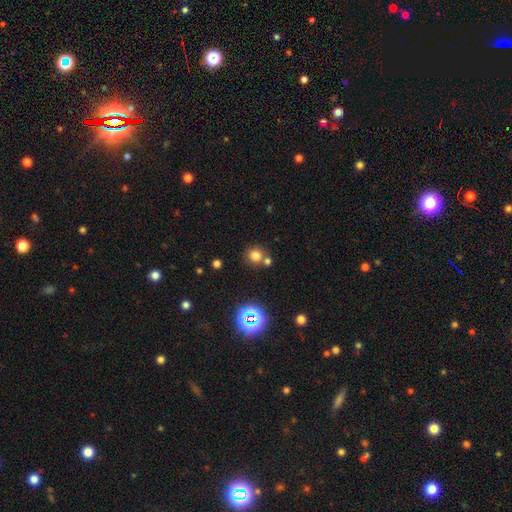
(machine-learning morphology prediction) A smooth galaxy with no disk features (73%) that is round (85%).

Vote fractions:
- Smooth or featured? smooth: 73% / star or artifact: 19% / featured or disk: 8%
- How rounded? round: 85% / in between: 14% / cigar-shaped: 1%
- Merging? none: 67% / merger: 21% / minor disturbance: 9% / major disturbance: 3%